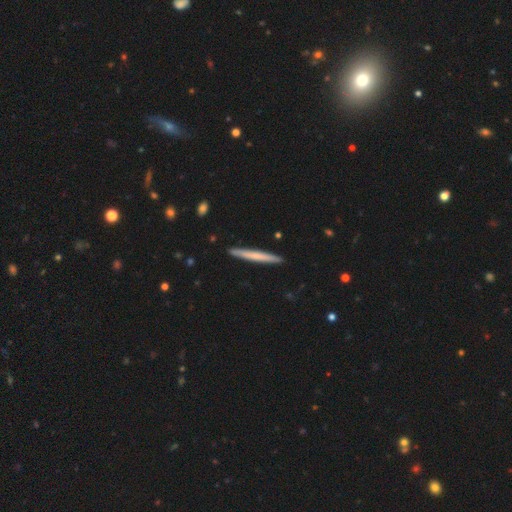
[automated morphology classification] A smooth galaxy with no disk features (58%) that is cigar-shaped (97%).

Vote fractions:
- Smooth or featured? smooth: 58% / featured or disk: 37% / star or artifact: 5%
- How rounded? cigar-shaped: 97% / in between: 2% / round: 1%
- Merging? none: 92% / minor disturbance: 6% / merger: 1% / major disturbance: 1%